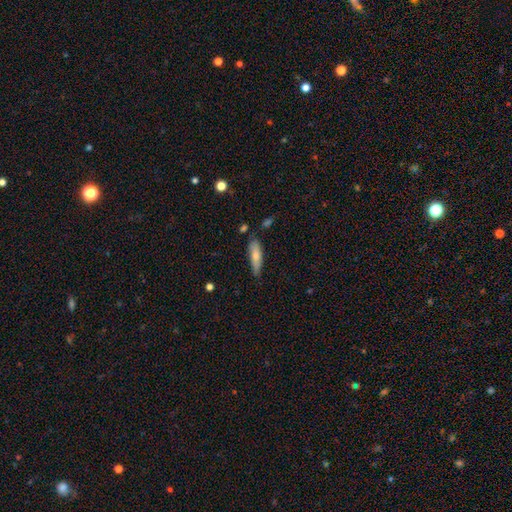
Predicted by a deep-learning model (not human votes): Q: Smooth or featured?
A: smooth (74%); runner-up: featured or disk (20%)
Q: How rounded?
A: cigar-shaped (61%); runner-up: in between (38%)
Q: Merging?
A: none (71%); runner-up: minor disturbance (21%)